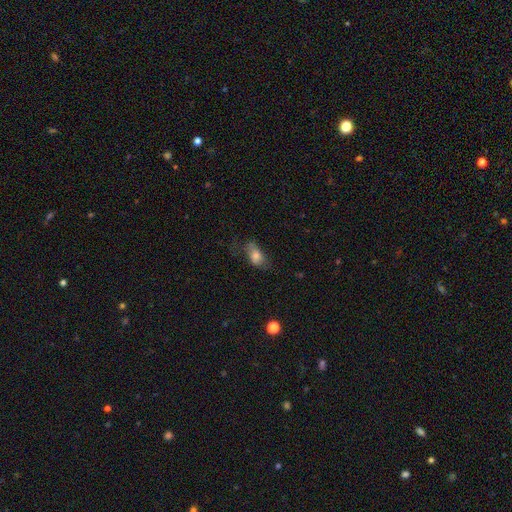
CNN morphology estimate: The model was most divided on "merging": none: 47%, minor disturbance: 29%, major disturbance: 22%, merger: 2%. More confident: how rounded — in between (85%); smooth or featured — smooth (72%).